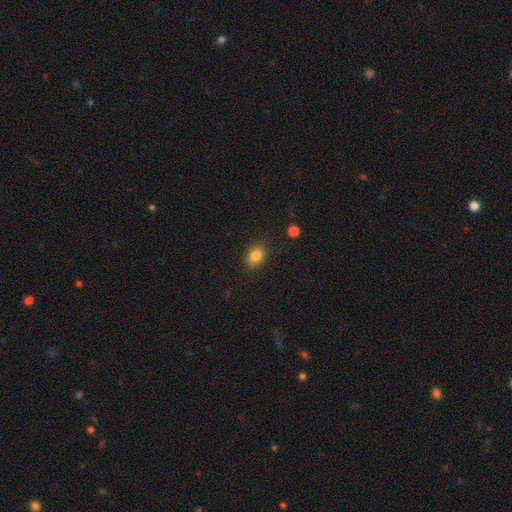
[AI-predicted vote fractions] Smooth or featured? smooth (83%)
How rounded? in between (52%)
Merging? none (86%)